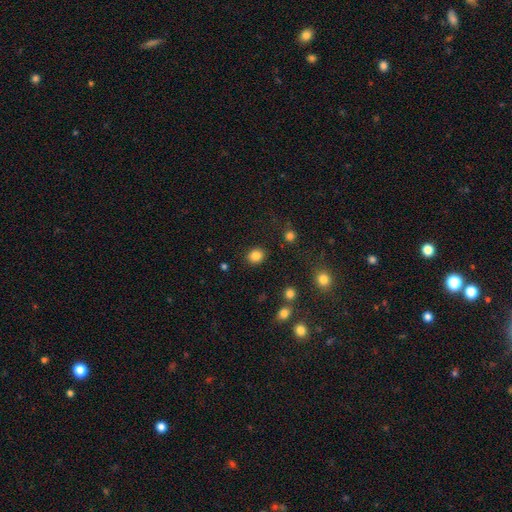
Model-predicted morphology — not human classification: Overall: smooth (85%). How rounded: round (72%). Merging: none (89%).